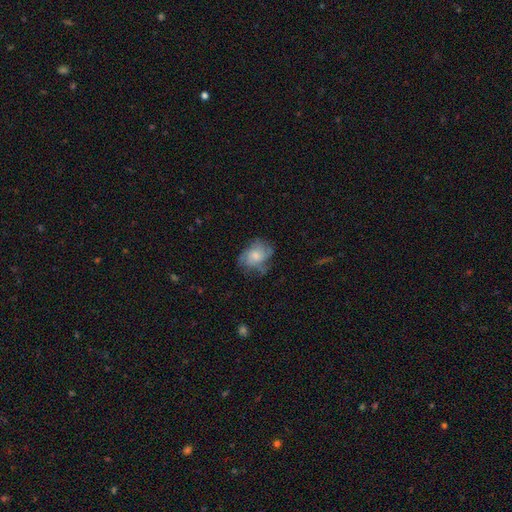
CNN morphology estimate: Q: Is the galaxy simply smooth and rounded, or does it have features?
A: smooth — 50%.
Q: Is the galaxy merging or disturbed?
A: none — 54%.